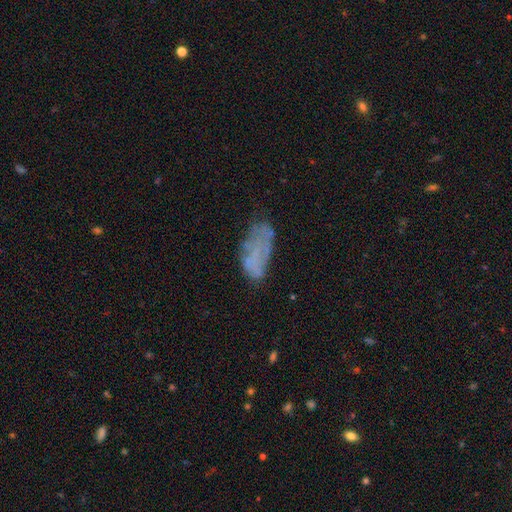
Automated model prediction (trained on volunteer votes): smooth_or_featured: smooth (p=0.47) [alt: featured or disk p=0.38]
merging: none (p=0.49) [alt: minor disturbance p=0.27]